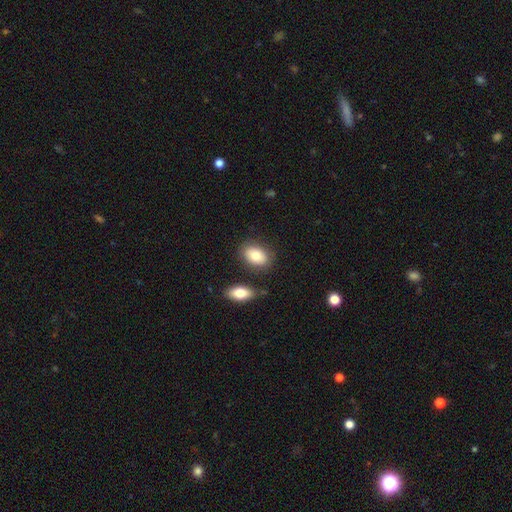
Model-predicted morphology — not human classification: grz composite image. It shows a smooth galaxy with no disk features (81%) that is in between round and cigar-shaped (85%). Merging: none (76%).